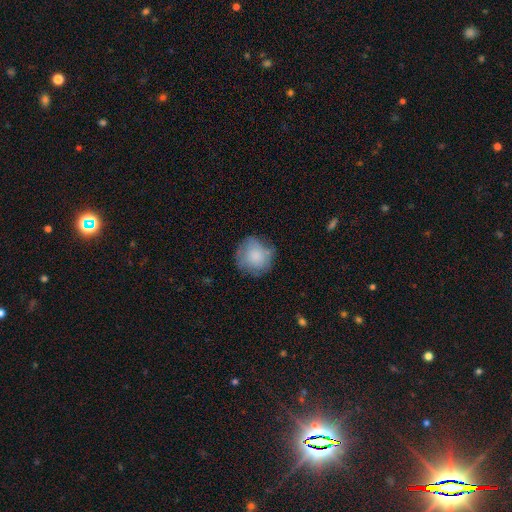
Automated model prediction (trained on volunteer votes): Morphology: type=smooth (76%); roundness=round (90%); merging=none (66%).